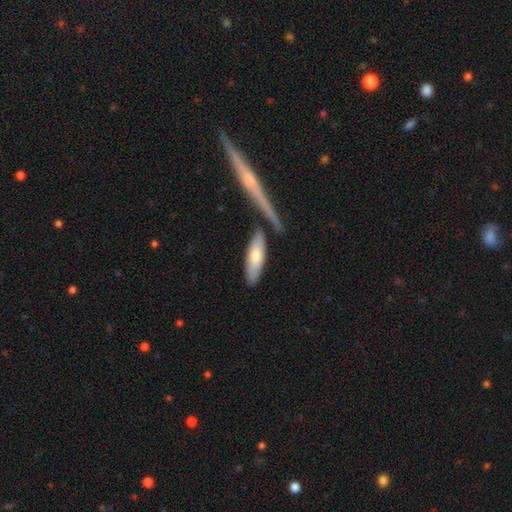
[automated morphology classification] smooth-or-featured: smooth: 64% | featured or disk: 30% | star or artifact: 5%
  how-rounded: cigar-shaped: 49% (tied) | in between: 49% (tied) | round: 2%
  merging: none: 74% | minor disturbance: 13% | merger: 10% | major disturbance: 3%